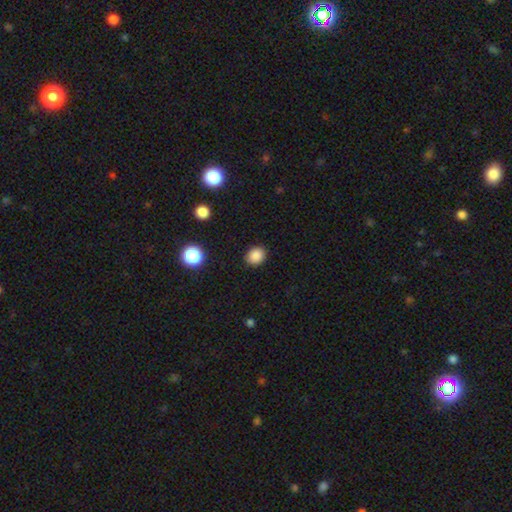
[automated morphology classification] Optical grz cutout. It shows a smooth galaxy with no disk features (87%) that is round (63%). Merging: none (89%).